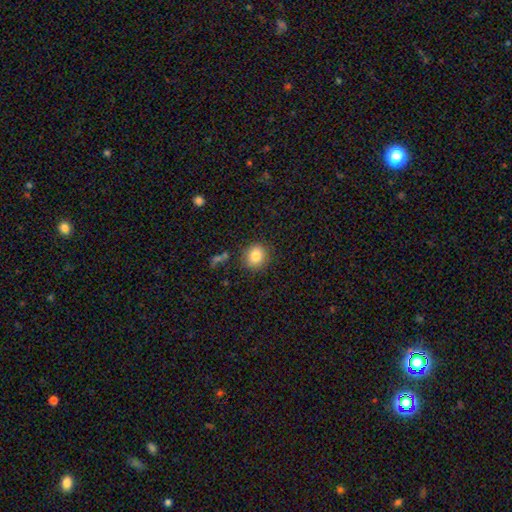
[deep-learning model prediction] Smooth or featured: smooth — 84% (star or artifact — 10%)
How rounded: round — 76% (in between — 23%)
Merging: none — 85% (minor disturbance — 10%)